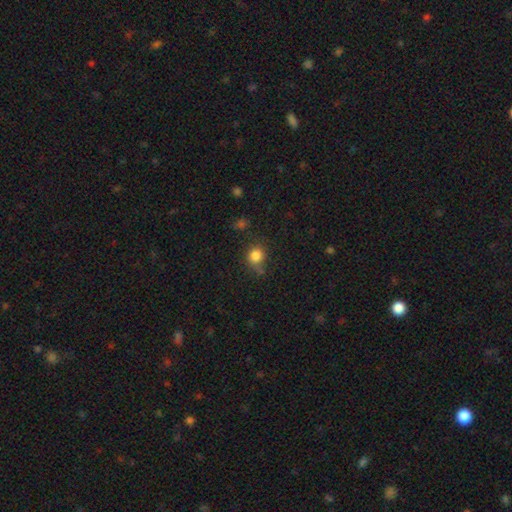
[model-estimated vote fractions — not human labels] The model was most divided on "merging": none: 67%, minor disturbance: 21%, major disturbance: 7%, merger: 5%. More confident: how rounded — round (86%); smooth or featured — smooth (83%).